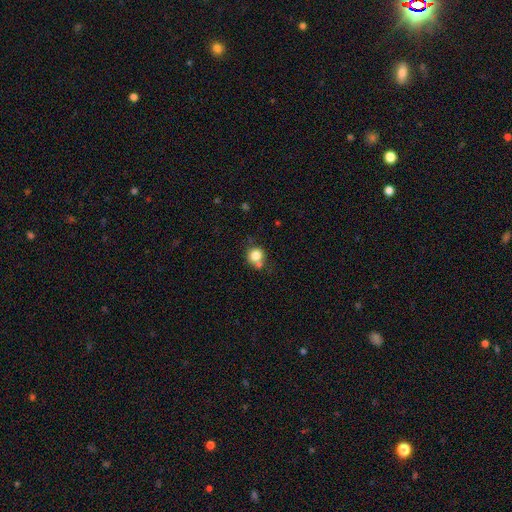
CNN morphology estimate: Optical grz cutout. It shows a smooth galaxy with no disk features (81%) that is round (88%). Merging: none (59%).